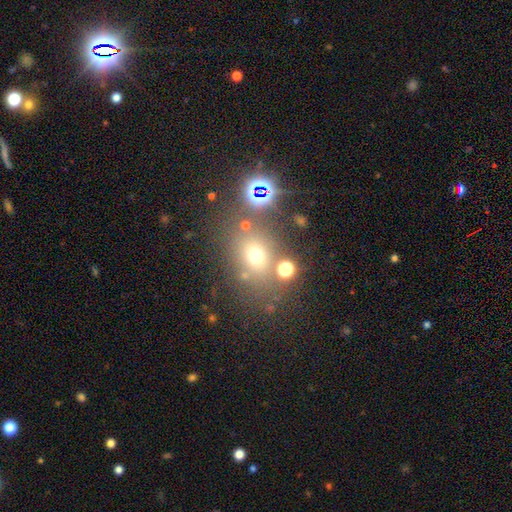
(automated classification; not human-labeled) smooth 59%, star or artifact 27%, featured or disk 14%. Down the decision tree: how rounded — round (57%); merging — none (69%).